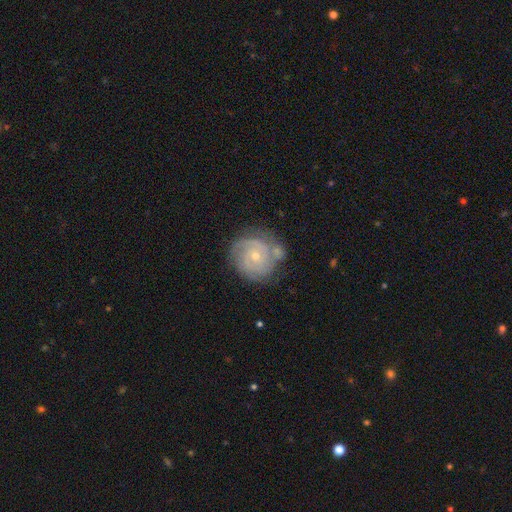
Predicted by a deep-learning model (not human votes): A featured or disk galaxy (84%) with no bar (73%), 2 (43%) tight (73%) spiral arms (96%) and a small central bulge (60%). Merging: none (66%).